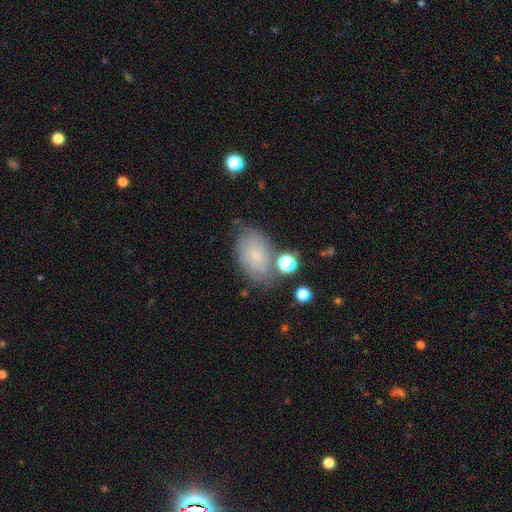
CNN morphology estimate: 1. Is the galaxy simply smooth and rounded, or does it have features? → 61% smooth, 28% featured or disk, 11% star or artifact.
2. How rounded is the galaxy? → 88% in between, 10% round, 2% cigar-shaped.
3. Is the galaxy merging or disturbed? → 65% none, 21% minor disturbance, 7% major disturbance, 7% merger.